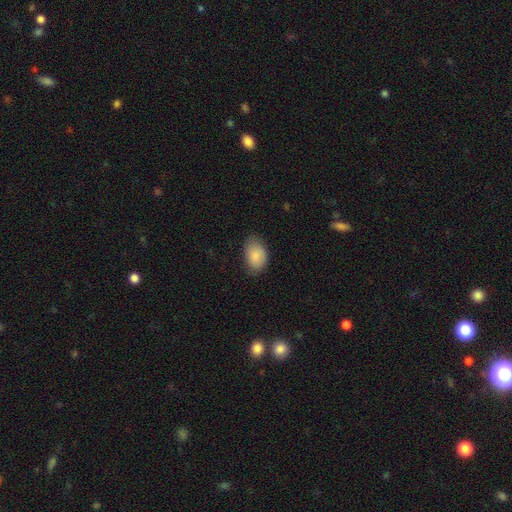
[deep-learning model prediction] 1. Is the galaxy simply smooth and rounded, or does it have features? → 87% smooth, 7% featured or disk, 6% star or artifact.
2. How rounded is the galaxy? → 90% in between, 9% round, 1% cigar-shaped.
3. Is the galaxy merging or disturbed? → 73% none, 21% minor disturbance, 4% major disturbance, 1% merger.